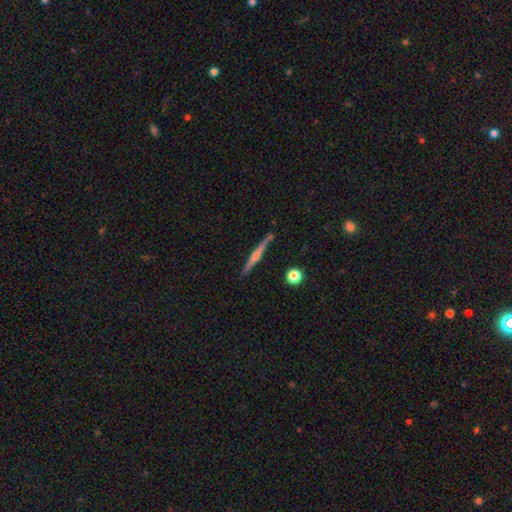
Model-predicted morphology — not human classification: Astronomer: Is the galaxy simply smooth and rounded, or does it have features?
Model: featured or disk — 72%.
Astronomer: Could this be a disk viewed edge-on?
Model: yes — 98%.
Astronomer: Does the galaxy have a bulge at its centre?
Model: rounded — 84%.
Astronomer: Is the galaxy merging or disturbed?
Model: none — 86%.